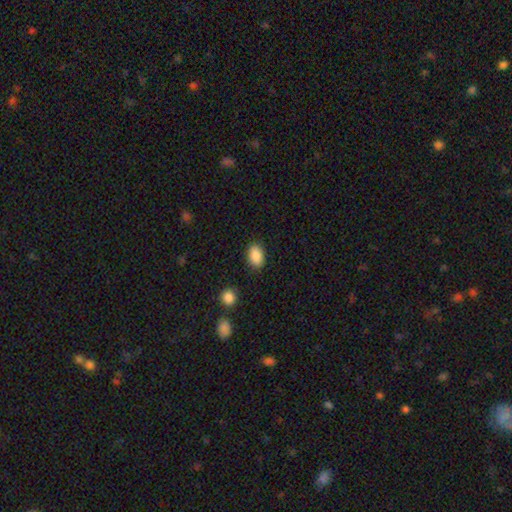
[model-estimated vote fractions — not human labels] Morphology: type=smooth (89%); roundness=in between (89%); merging=none (86%).